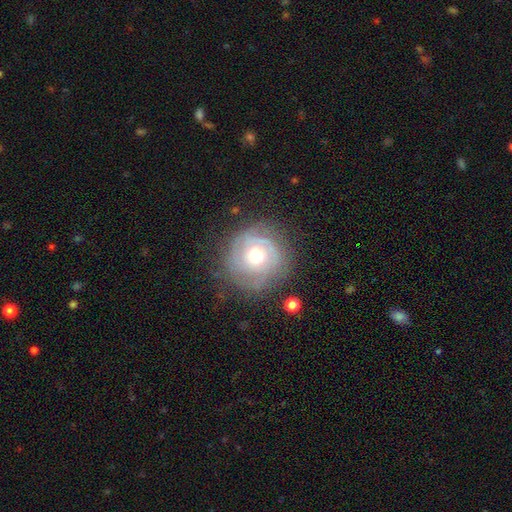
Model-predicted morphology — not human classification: smooth_or_featured: featured or disk (p=0.66) [alt: smooth p=0.26]
disk_edge_on: no (p=0.97) [alt: yes p=0.03]
bar: no (p=0.82) [alt: weak p=0.15]
has_spiral_arms: yes (p=0.78) [alt: no p=0.22]
bulge_size: moderate (p=0.68) [alt: large p=0.16]
merging: none (p=0.72) [alt: minor disturbance p=0.18]